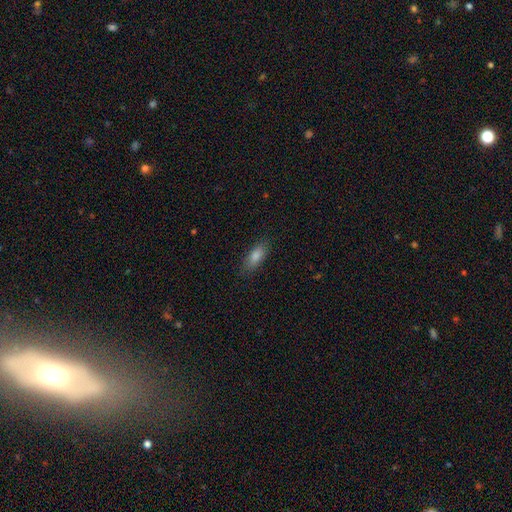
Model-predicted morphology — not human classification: This is likely a smooth galaxy (80%). How rounded: likely in between (71%). Merging: clearly none (85%).